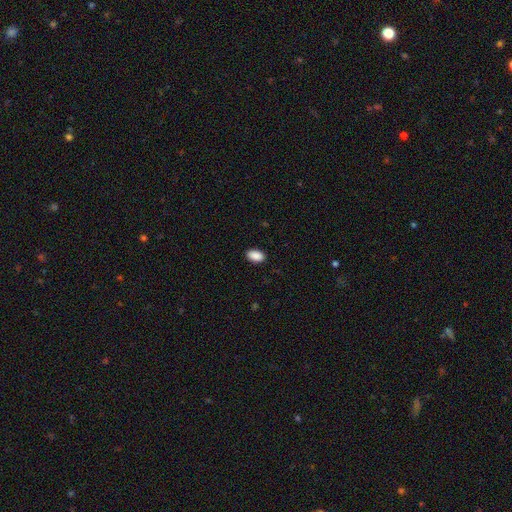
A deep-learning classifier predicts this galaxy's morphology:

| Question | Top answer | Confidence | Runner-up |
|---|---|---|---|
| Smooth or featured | smooth | 90% | star or artifact (7%) |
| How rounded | in between | 93% | round (5%) |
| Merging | none | 89% | minor disturbance (8%) |